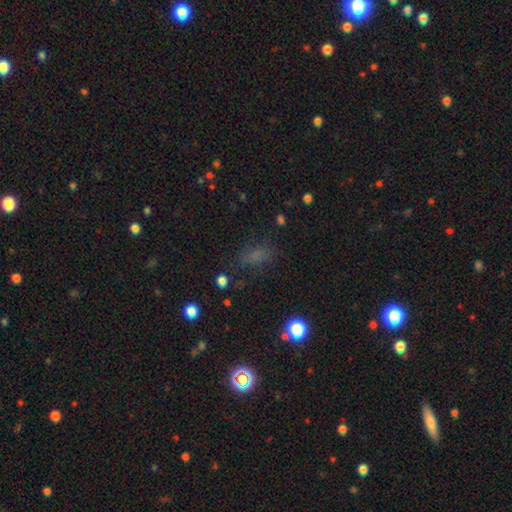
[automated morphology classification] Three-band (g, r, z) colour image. It shows a smooth galaxy with no disk features (64%) that is in between round and cigar-shaped (73%). Merging: none (71%).